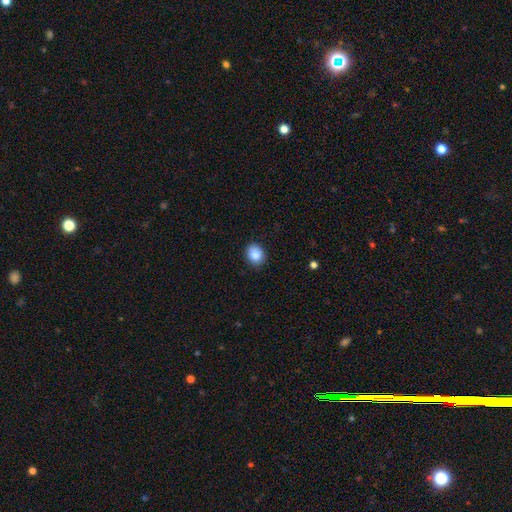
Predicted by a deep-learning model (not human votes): This is clearly a smooth galaxy (87%). How rounded: possibly round (53%). Merging: clearly none (88%).